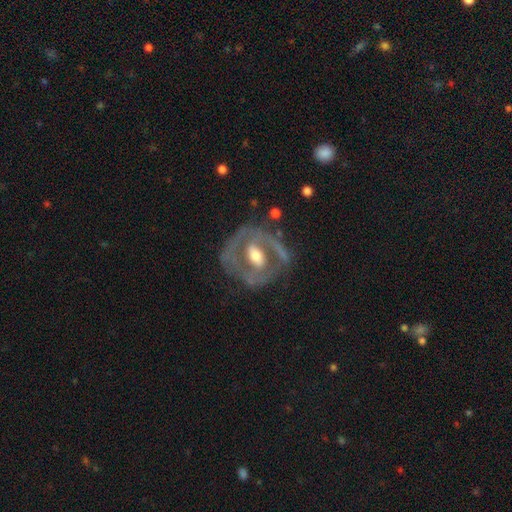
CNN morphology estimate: A featured or disk galaxy (74%) with a weak bar (35%, tied with no), no spiral arms (57%) and a moderate central bulge (66%).

Vote fractions:
- Smooth or featured? featured or disk: 74% / smooth: 20% / star or artifact: 6%
- Edge-on disk? no: 94% / yes: 6%
- Bar? weak: 35% (tied) / no: 35% (tied) / strong: 31%
- Spiral arms? no: 57% / yes: 43%
- Bulge size? moderate: 66% / large: 18% / small: 13% / none: 2% / dominant: 2%
- Merging? none: 61% / minor disturbance: 21% / major disturbance: 15% / merger: 3%